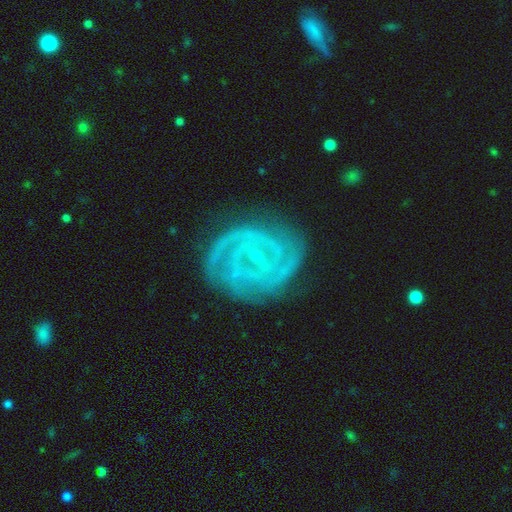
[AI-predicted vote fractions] smooth_or_featured: featured or disk (p=0.88) [alt: star or artifact p=0.06]
disk_edge_on: no (p=0.97) [alt: yes p=0.03]
bar: no (p=0.41) [alt: weak p=0.40]
has_spiral_arms: yes (p=0.97) [alt: no p=0.03]
spiral_winding: tight (p=0.75) [alt: medium p=0.21]
spiral_arm_count: 2 (p=0.38) [alt: 3 p=0.21]
bulge_size: small (p=0.85) [alt: moderate p=0.09]
merging: none (p=0.78) [alt: minor disturbance p=0.15]